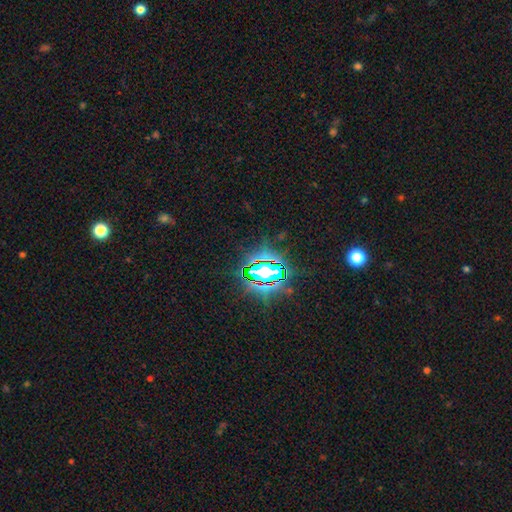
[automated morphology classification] A star or artifact, not a galaxy (82%).

Vote fractions:
- Smooth or featured? star or artifact: 82% / smooth: 10% / featured or disk: 8%